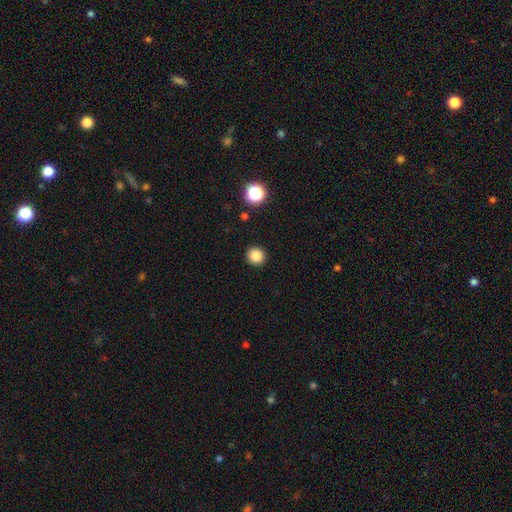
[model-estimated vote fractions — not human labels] Smooth or featured? smooth (85%)
How rounded? round (93%)
Merging? none (93%)